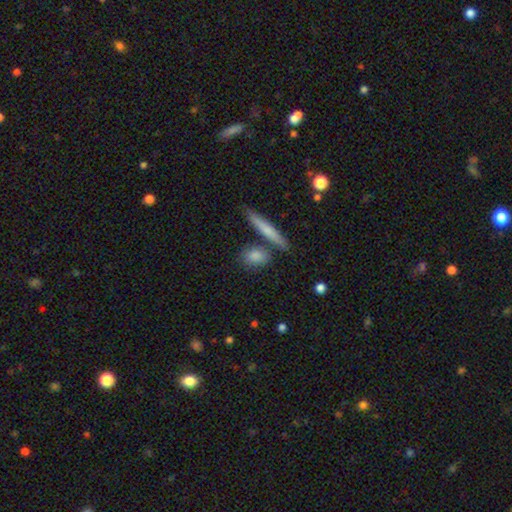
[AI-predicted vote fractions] Smooth or featured? smooth (82%)
How rounded? in between (49%)
Merging? none (72%)